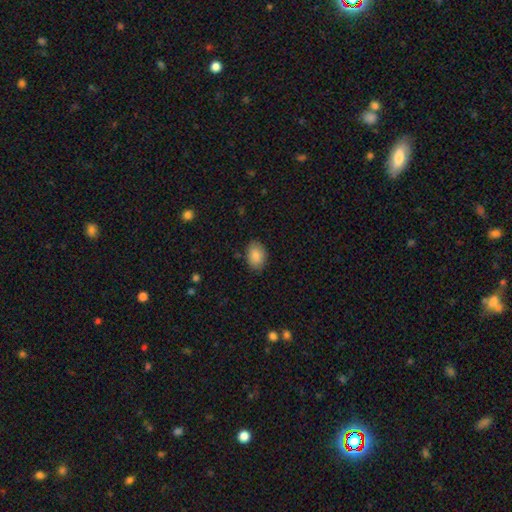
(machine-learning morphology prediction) Smooth or featured?
  - smooth: 87% *
  - star or artifact: 7%
  - featured or disk: 6%
How rounded?
  - in between: 82% *
  - round: 17%
  - cigar-shaped: 1%
Merging?
  - none: 83% *
  - minor disturbance: 13%
  - major disturbance: 3%
  - merger: 1%